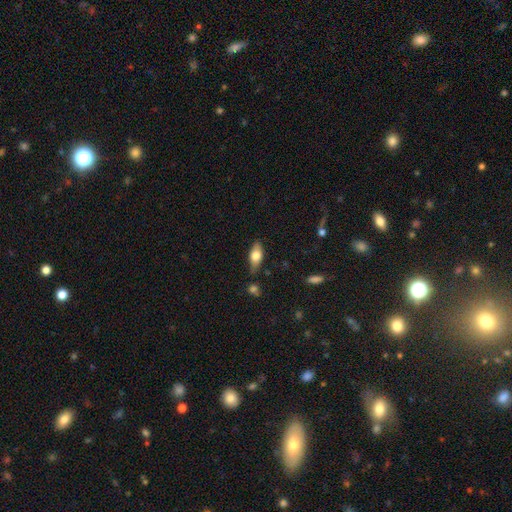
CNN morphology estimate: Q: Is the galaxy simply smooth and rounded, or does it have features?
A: smooth — 65%.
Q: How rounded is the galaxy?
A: in between — 80%.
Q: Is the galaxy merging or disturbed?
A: none — 76%.